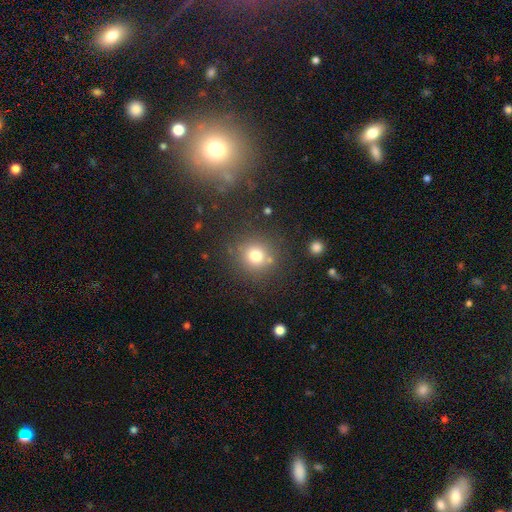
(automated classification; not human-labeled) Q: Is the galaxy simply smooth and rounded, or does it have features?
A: smooth — 77%.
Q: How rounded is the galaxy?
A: round — 91%.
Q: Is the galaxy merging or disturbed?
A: none — 80%.